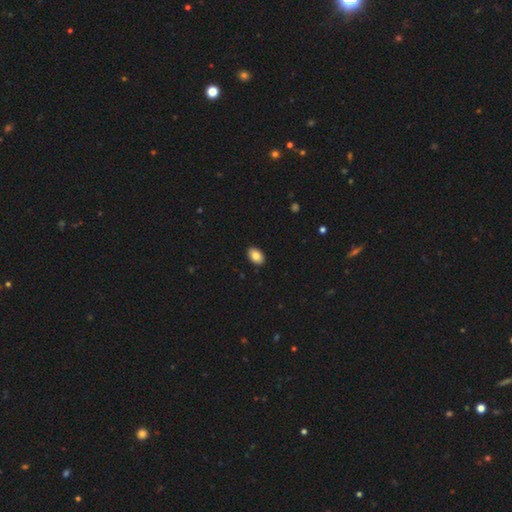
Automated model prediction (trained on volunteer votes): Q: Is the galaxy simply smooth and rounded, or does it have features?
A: smooth — 85%.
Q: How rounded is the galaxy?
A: in between — 89%.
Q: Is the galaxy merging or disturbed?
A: none — 90%.